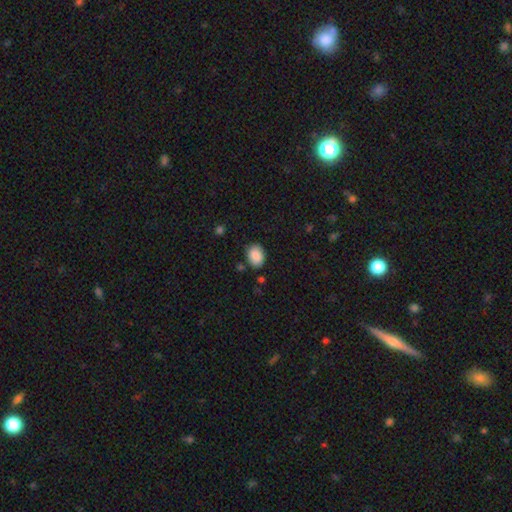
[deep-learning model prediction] Smooth or featured: smooth — 88% (star or artifact — 7%)
How rounded: in between — 71% (round — 28%)
Merging: none — 80% (minor disturbance — 14%)